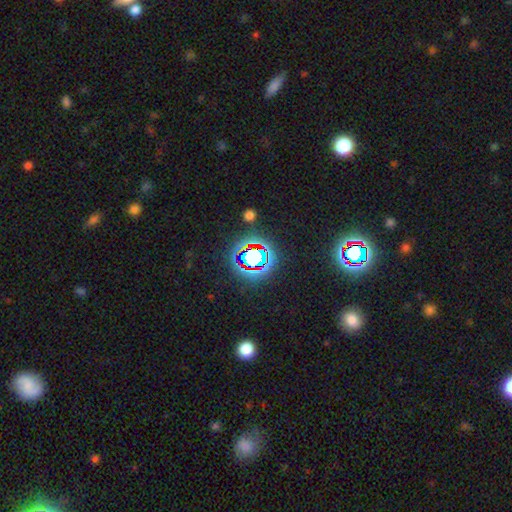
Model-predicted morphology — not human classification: smooth_or_featured: star or artifact (p=0.77) [alt: smooth p=0.14]